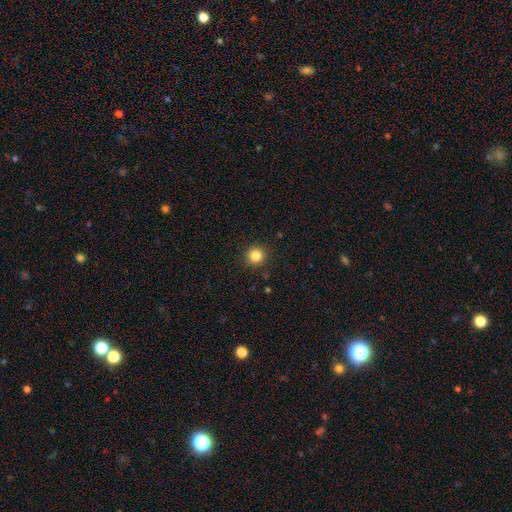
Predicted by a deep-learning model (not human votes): Smooth or featured? Predicted: smooth (p=0.84). How rounded? Predicted: round (p=0.94). Merging? Predicted: none (p=0.91).